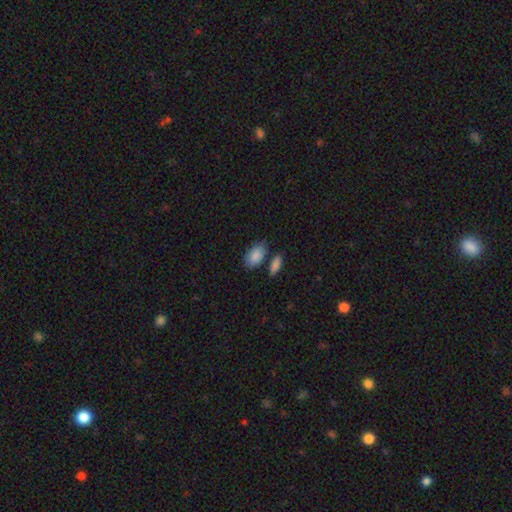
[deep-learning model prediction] Smooth or featured: smooth — 88% (star or artifact — 6%)
How rounded: in between — 93% (round — 5%)
Merging: none — 66% (minor disturbance — 15%)